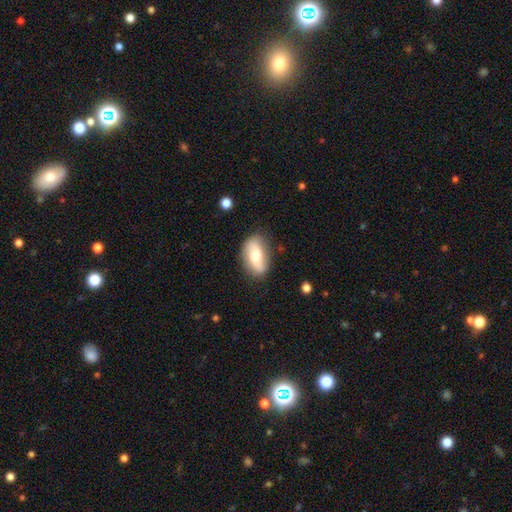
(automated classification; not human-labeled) Smooth or featured: smooth — 48% (featured or disk — 45%)
Merging: none — 75% (minor disturbance — 18%)